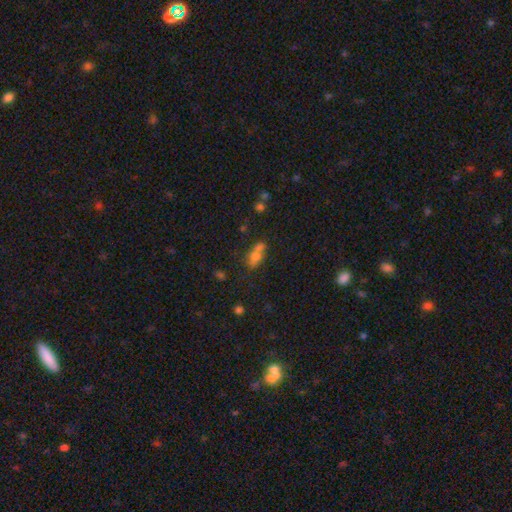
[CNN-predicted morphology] smooth 59%, featured or disk 24%, star or artifact 17%. Down the decision tree: how rounded — in between (70%); merging — merger (44%).